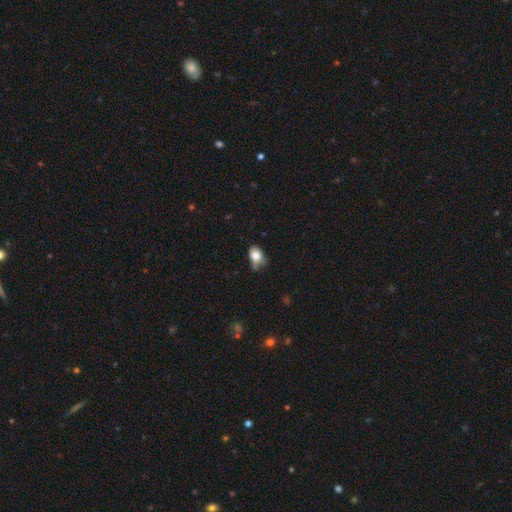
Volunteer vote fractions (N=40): Smooth or featured?
  - smooth: 80% *
  - featured or disk: 12%
  - star or artifact: 8%
How rounded?
  - in between: 97% *
  - round: 3%
  - cigar-shaped: 0%
Merging?
  - minor disturbance: 38% * (tied)
  - major disturbance: 38% * (tied)
  - none: 24%
  - merger: 0%